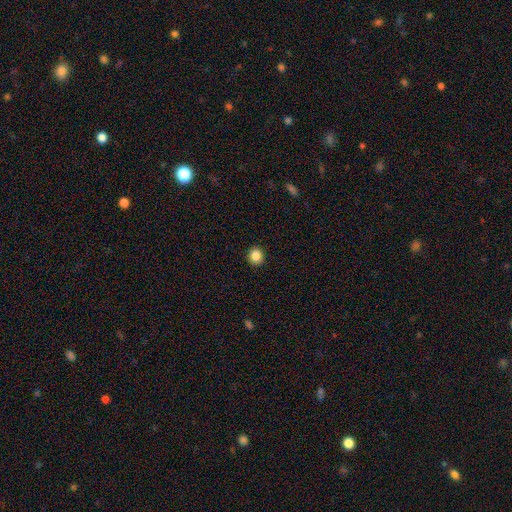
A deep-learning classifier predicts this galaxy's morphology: A smooth galaxy with no disk features (86%) that is round (86%).

Vote fractions:
- Smooth or featured? smooth: 86% / star or artifact: 10% / featured or disk: 4%
- How rounded? round: 86% / in between: 13% / cigar-shaped: 1%
- Merging? none: 92% / minor disturbance: 5% / major disturbance: 2% / merger: 1%